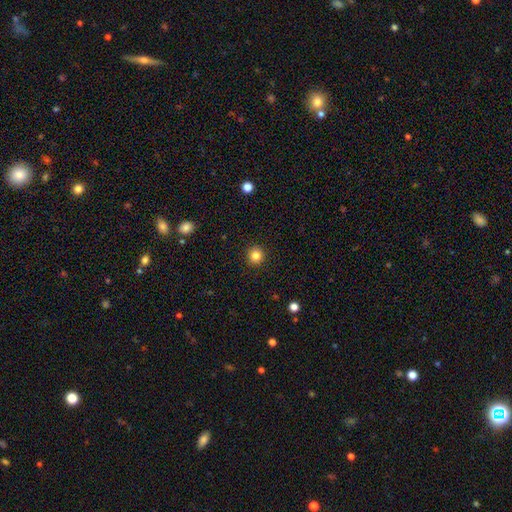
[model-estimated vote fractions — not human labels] smooth-or-featured: smooth: 84% | star or artifact: 11% | featured or disk: 5%
  how-rounded: round: 93% | in between: 6% | cigar-shaped: 1%
  merging: none: 92% | minor disturbance: 5% | major disturbance: 2% | merger: 1%